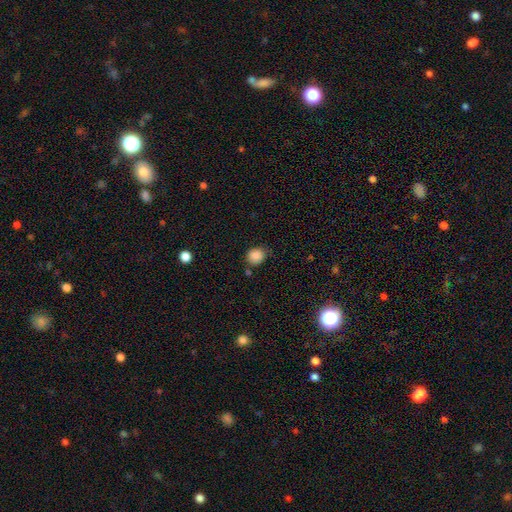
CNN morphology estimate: smooth 86%, star or artifact 10%, featured or disk 3%. Down the decision tree: how rounded — round (81%); merging — none (73%).